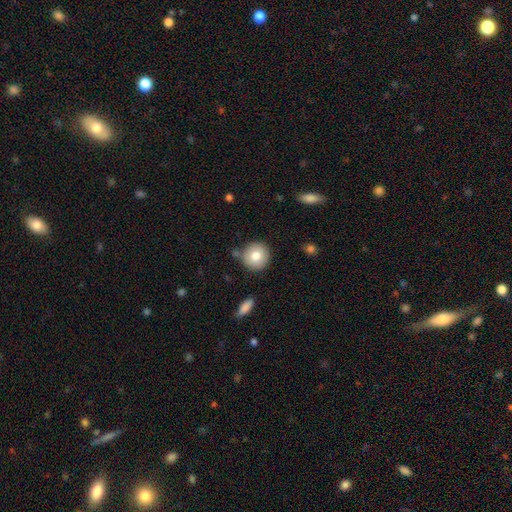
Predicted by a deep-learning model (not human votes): smooth 79%, featured or disk 13%, star or artifact 8%. Down the decision tree: how rounded — round (92%); merging — none (81%).